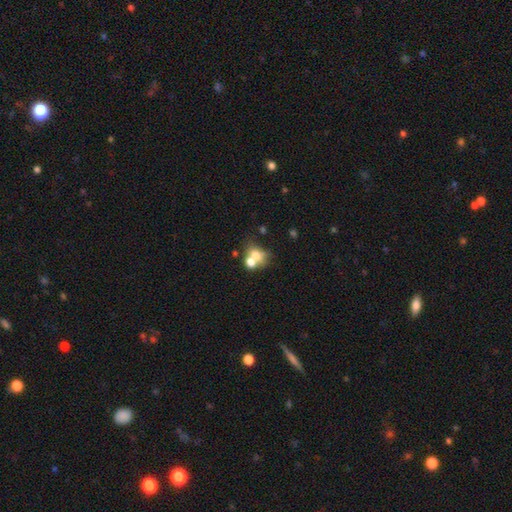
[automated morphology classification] smooth_or_featured: smooth (p=0.64) [alt: featured or disk p=0.22]
how_rounded: in between (p=0.52) [alt: round p=0.47]
merging: merger (p=0.55) [alt: none p=0.29]